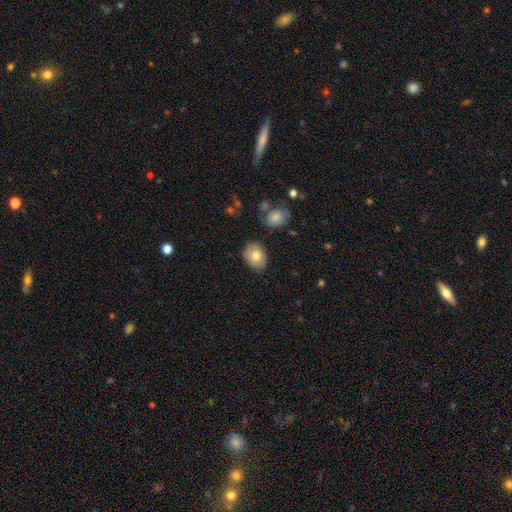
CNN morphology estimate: Smooth or featured? Predicted: smooth (p=0.77). How rounded? Predicted: in between (p=0.64). Merging? Predicted: none (p=0.79).